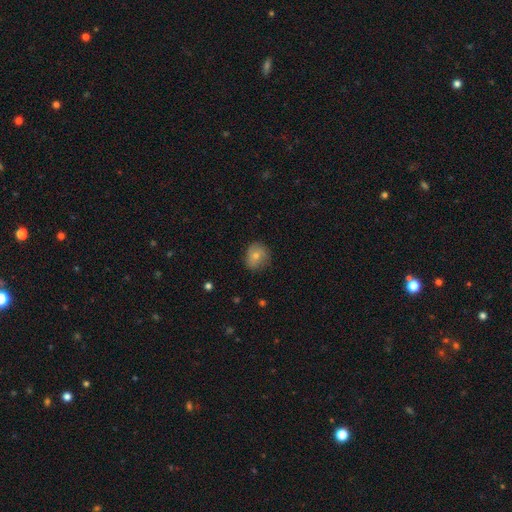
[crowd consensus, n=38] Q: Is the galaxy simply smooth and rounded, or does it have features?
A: smooth — 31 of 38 (82%).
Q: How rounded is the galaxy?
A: round — 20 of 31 (65%).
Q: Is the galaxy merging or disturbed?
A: none — 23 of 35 (66%).